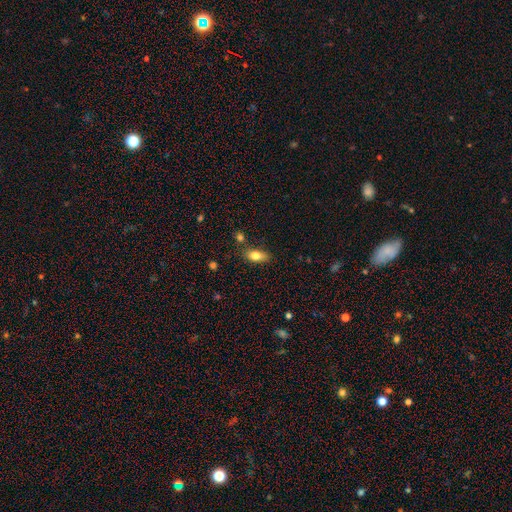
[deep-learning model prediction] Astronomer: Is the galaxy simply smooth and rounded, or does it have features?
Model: smooth — 80%.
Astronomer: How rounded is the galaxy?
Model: in between — 84%.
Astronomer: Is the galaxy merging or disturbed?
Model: none — 71%.